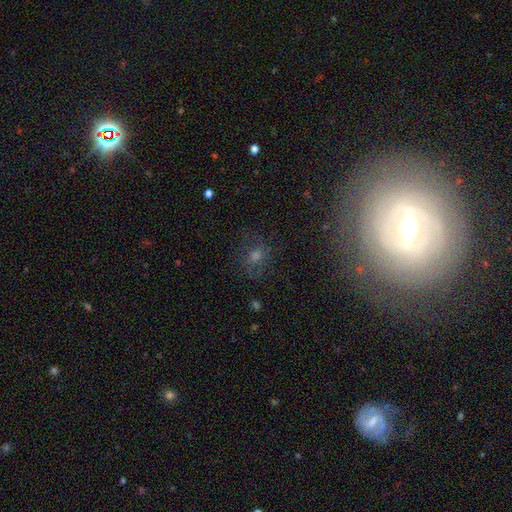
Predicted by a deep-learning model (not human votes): Smooth or featured? smooth (42%)
Merging? none (77%)